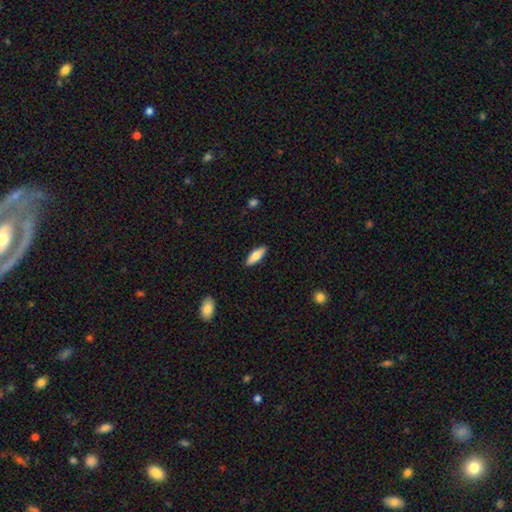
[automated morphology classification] This appears to be a smooth galaxy with no disk features (72%) that is in between round and cigar-shaped (60%). Merging: none (89%).